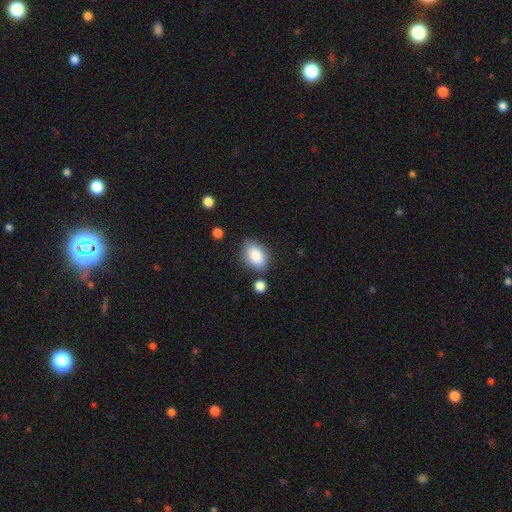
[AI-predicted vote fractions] Smooth or featured: smooth — 87% (star or artifact — 7%)
How rounded: in between — 86% (round — 13%)
Merging: none — 73% (minor disturbance — 16%)